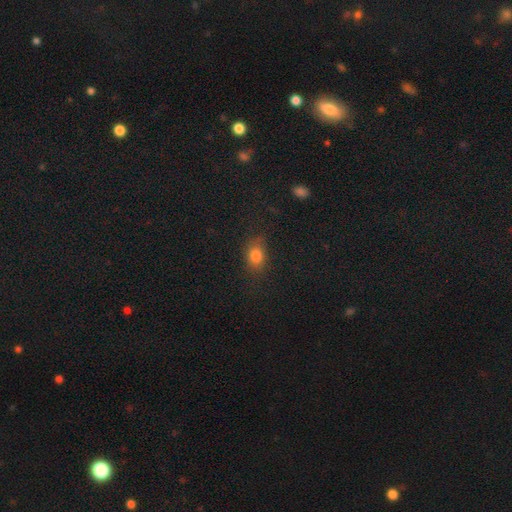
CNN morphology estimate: The model was most divided on "how rounded": in between: 61%, round: 36%, cigar-shaped: 2%. More confident: smooth or featured — smooth (80%); merging — none (75%).